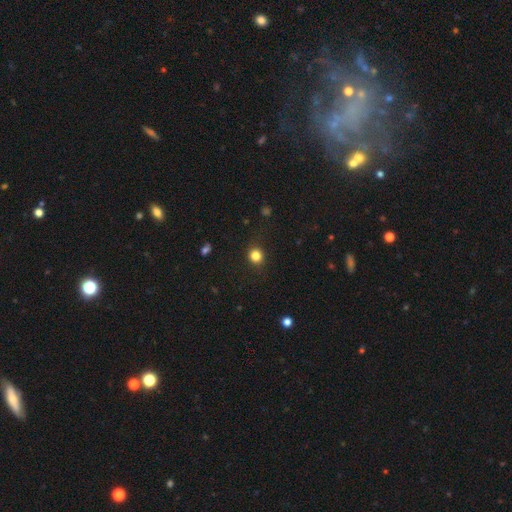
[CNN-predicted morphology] This appears to be a smooth galaxy with no disk features (83%) that is round (87%). Merging: none (89%).